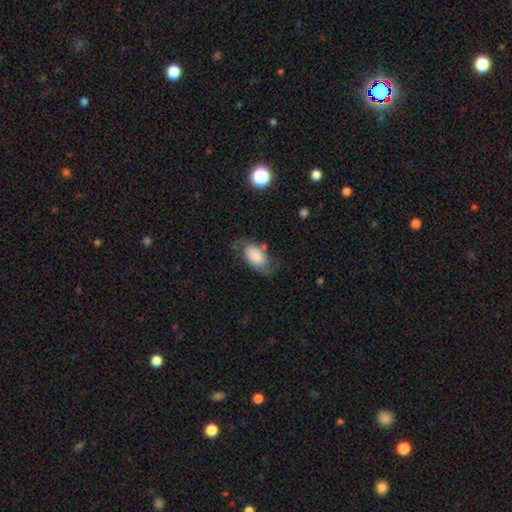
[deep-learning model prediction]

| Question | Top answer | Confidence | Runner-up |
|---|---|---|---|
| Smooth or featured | smooth | 58% | featured or disk (34%) |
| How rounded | in between | 92% | round (6%) |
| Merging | none | 51% | minor disturbance (28%) |